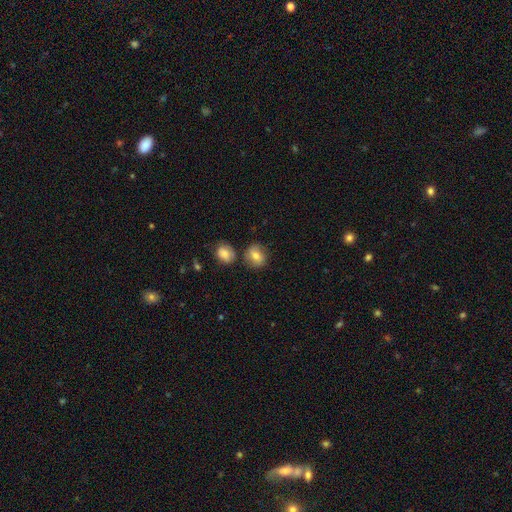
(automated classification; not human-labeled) smooth-or-featured: smooth: 74% | featured or disk: 16% | star or artifact: 9%
  how-rounded: round: 67% | in between: 32% | cigar-shaped: 1%
  merging: none: 71% | minor disturbance: 15% | merger: 11% | major disturbance: 4%